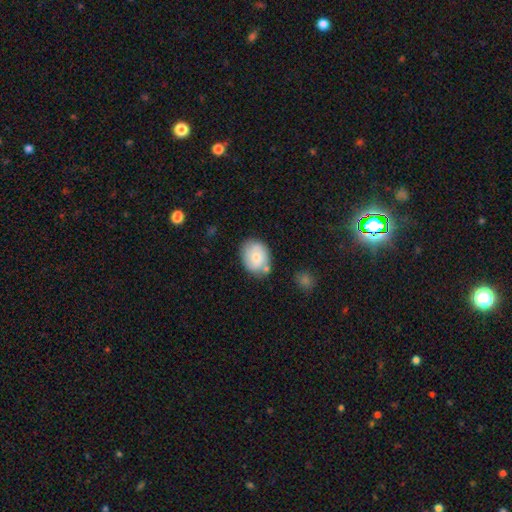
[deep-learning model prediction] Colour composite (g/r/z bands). It shows a smooth galaxy with no disk features (68%) that is in between round and cigar-shaped (53%). Merging: none (65%).